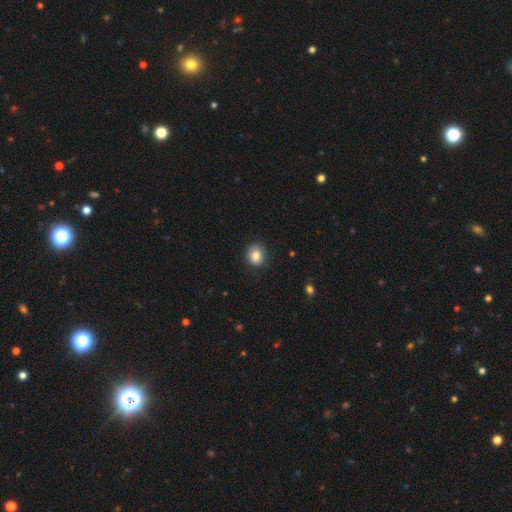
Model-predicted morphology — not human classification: A smooth galaxy with no disk features (84%) that is round (66%). Merging: none (83%).